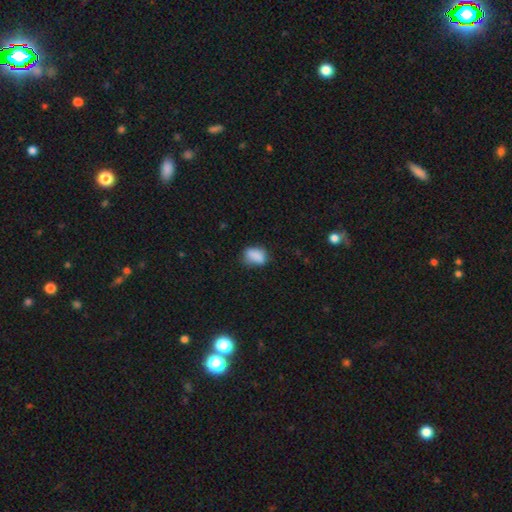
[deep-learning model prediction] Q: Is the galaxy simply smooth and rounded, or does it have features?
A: smooth — 84%.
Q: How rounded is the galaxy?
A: in between — 79%.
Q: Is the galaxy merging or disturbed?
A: none — 63%.